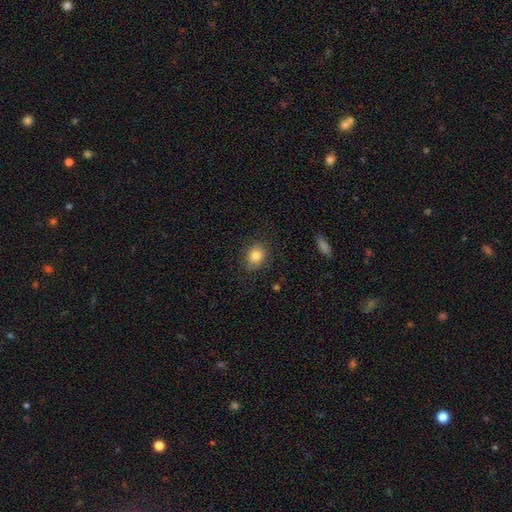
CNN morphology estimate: Smooth or featured?
  - smooth: 84% *
  - star or artifact: 9%
  - featured or disk: 7%
How rounded?
  - round: 54% *
  - in between: 45%
  - cigar-shaped: 1%
Merging?
  - none: 83% *
  - minor disturbance: 12%
  - major disturbance: 3%
  - merger: 1%